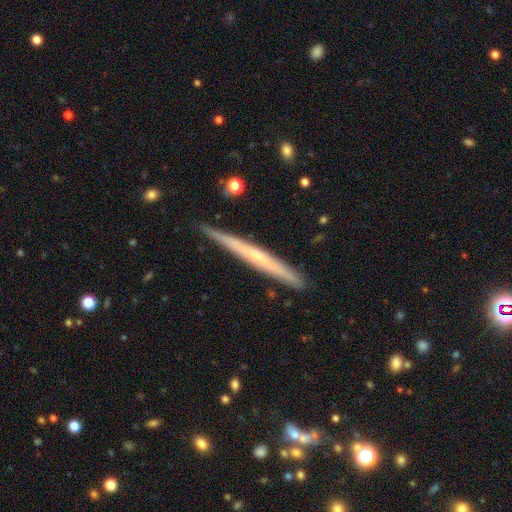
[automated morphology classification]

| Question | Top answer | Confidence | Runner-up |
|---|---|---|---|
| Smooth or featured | featured or disk | 57% | smooth (37%) |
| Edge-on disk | yes | 97% | no (3%) |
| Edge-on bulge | none | 73% | rounded (23%) |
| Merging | none | 88% | minor disturbance (9%) |